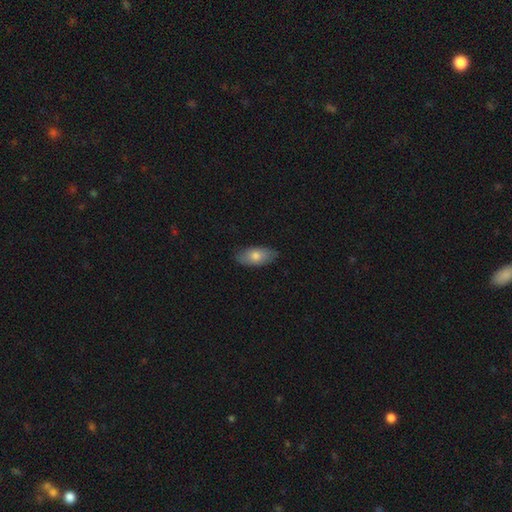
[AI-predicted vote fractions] The model was most divided on "smooth or featured": smooth: 73%, featured or disk: 20%, star or artifact: 6%. More confident: how rounded — in between (89%); merging — none (83%).